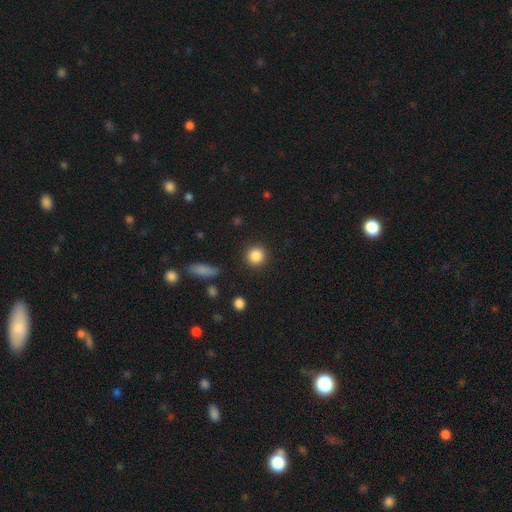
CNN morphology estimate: Q: Smooth or featured?
A: smooth (86%); runner-up: star or artifact (9%)
Q: How rounded?
A: round (92%); runner-up: in between (7%)
Q: Merging?
A: none (90%); runner-up: minor disturbance (6%)